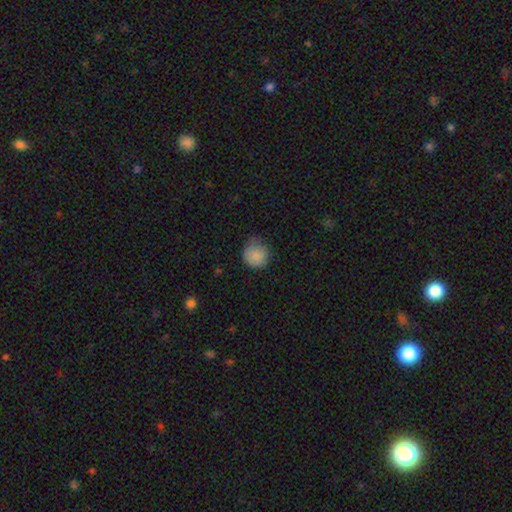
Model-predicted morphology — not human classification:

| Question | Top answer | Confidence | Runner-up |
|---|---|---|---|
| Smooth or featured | smooth | 86% | star or artifact (8%) |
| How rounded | round | 88% | in between (11%) |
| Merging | none | 60% | minor disturbance (32%) |